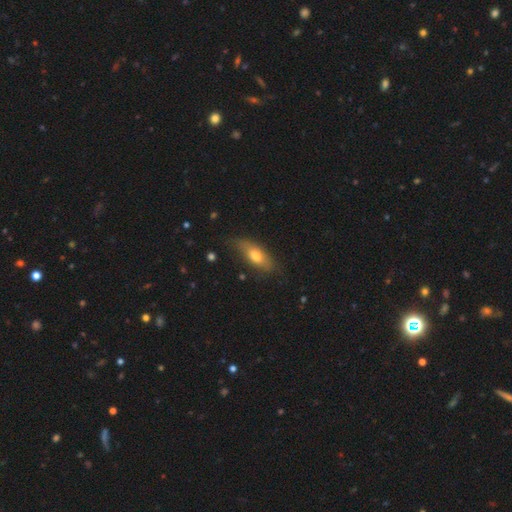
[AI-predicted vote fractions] Smooth or featured: smooth — 65% (featured or disk — 28%)
How rounded: in between — 67% (cigar-shaped — 29%)
Merging: none — 71% (minor disturbance — 22%)